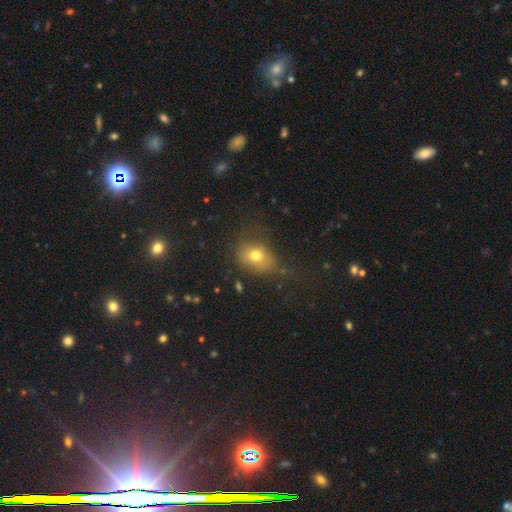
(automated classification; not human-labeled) Smooth or featured? smooth (71%)
How rounded? in between (59%)
Merging? none (58%)